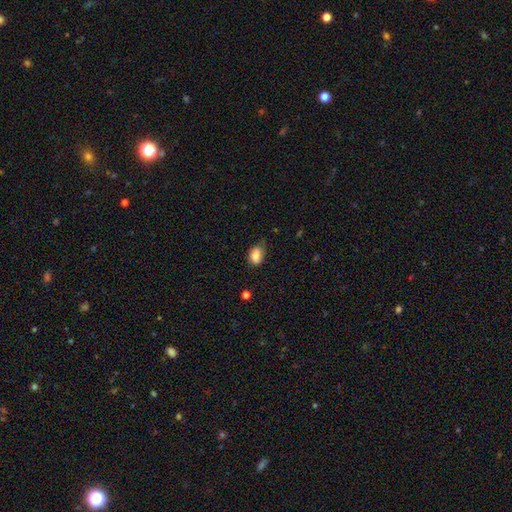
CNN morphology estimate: Smooth or featured: smooth — 80% (featured or disk — 11%)
How rounded: in between — 78% (round — 20%)
Merging: none — 50% (minor disturbance — 38%)